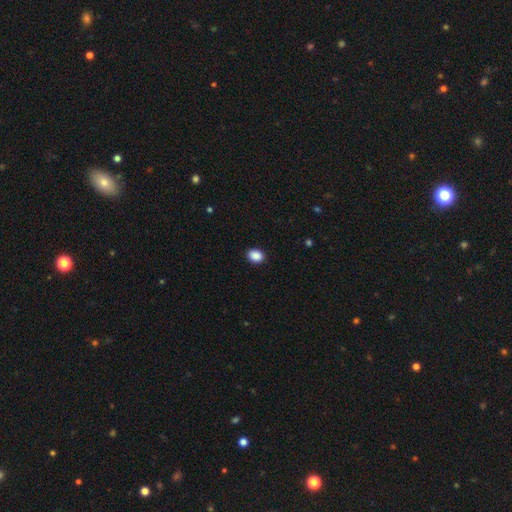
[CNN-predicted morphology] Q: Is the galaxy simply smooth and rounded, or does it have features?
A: smooth — 90%.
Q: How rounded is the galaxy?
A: in between — 73%.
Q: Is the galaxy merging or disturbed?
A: none — 90%.